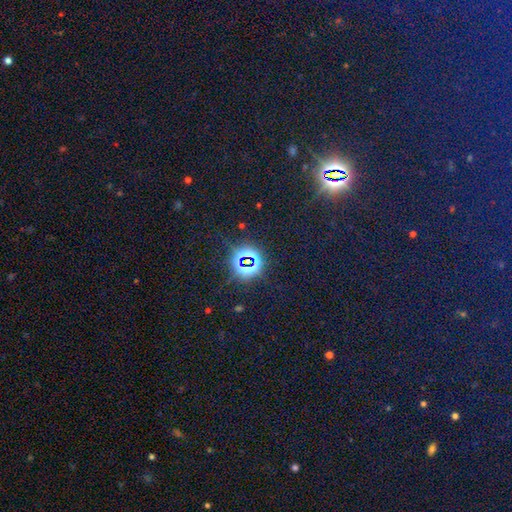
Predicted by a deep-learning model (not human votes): A star or artifact, not a galaxy (79%).